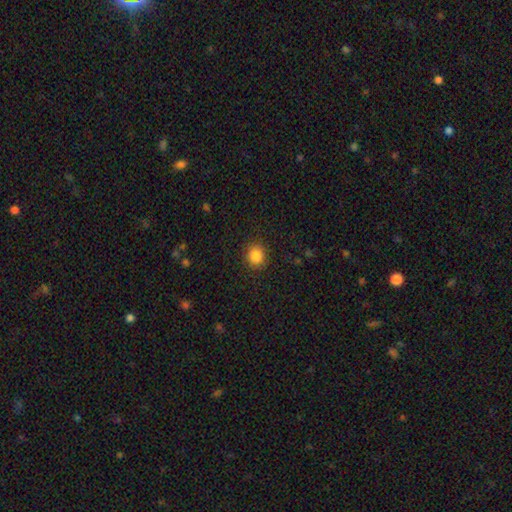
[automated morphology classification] The model was most divided on "how rounded": round: 80%, in between: 19%, cigar-shaped: 1%. More confident: merging — none (88%); smooth or featured — smooth (86%).